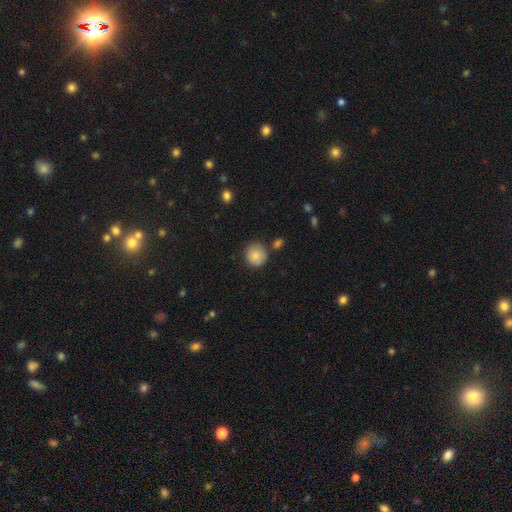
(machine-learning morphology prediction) The model was most divided on "merging": none: 77%, minor disturbance: 14%, merger: 6%, major disturbance: 3%. More confident: how rounded — round (90%); smooth or featured — smooth (85%).